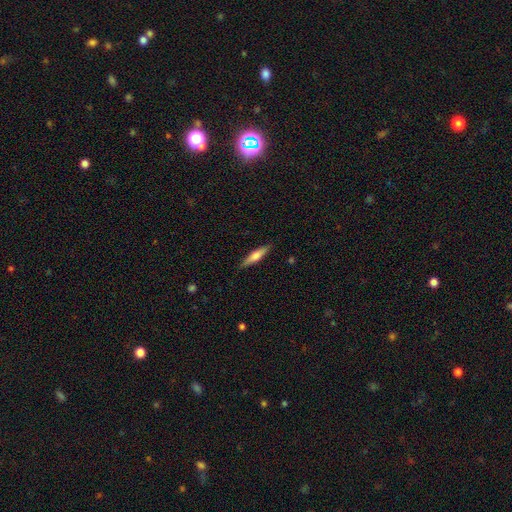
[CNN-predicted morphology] Smooth or featured: smooth — 56% (featured or disk — 38%)
How rounded: cigar-shaped — 80% (in between — 18%)
Merging: none — 89% (minor disturbance — 8%)